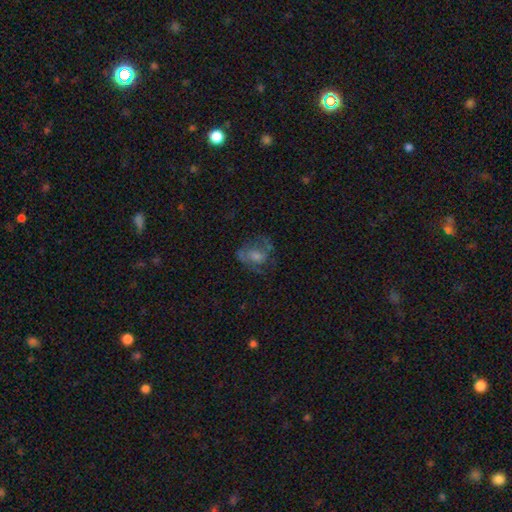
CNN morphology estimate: Smooth or featured? featured or disk (52%)
Edge-on disk? no (96%)
Merging? none (55%)